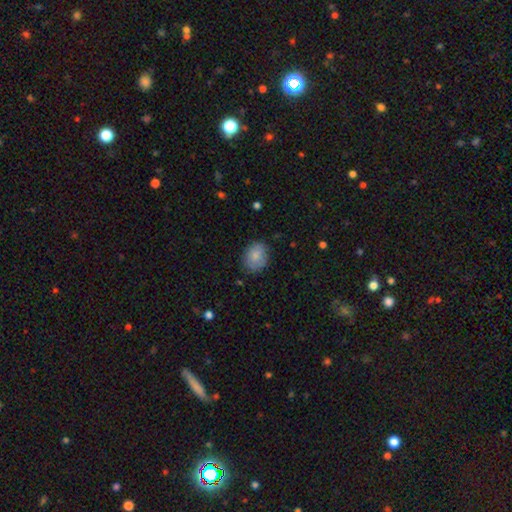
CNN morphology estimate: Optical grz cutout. It shows a smooth galaxy with no disk features (82%) that is in between round and cigar-shaped (54%). Merging: none (76%).